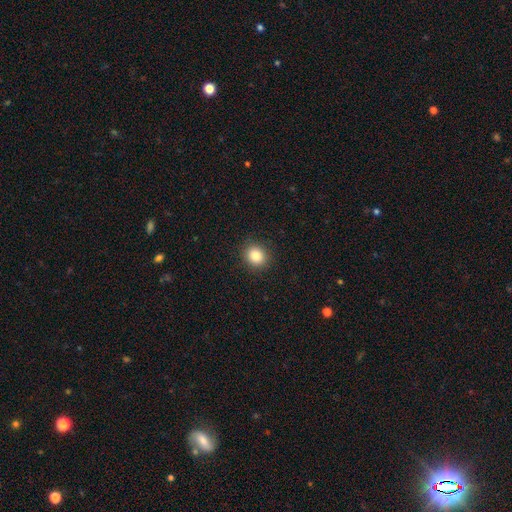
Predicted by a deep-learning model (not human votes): Smooth or featured: smooth — 84% (star or artifact — 10%)
How rounded: round — 78% (in between — 21%)
Merging: none — 90% (minor disturbance — 7%)